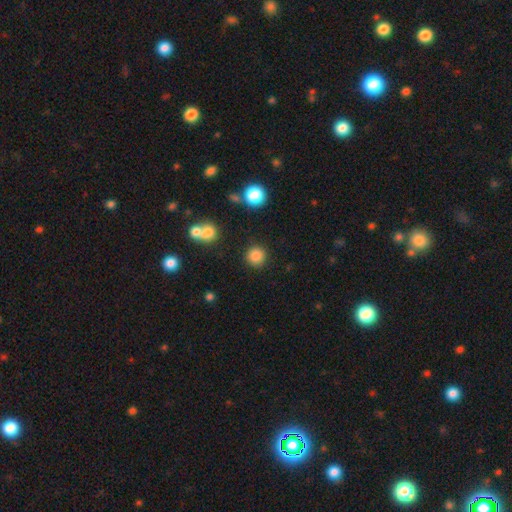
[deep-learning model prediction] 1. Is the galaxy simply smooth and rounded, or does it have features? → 83% smooth, 12% star or artifact, 5% featured or disk.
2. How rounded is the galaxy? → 93% round, 6% in between, 1% cigar-shaped.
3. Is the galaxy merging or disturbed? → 87% none, 7% minor disturbance, 4% merger, 3% major disturbance.